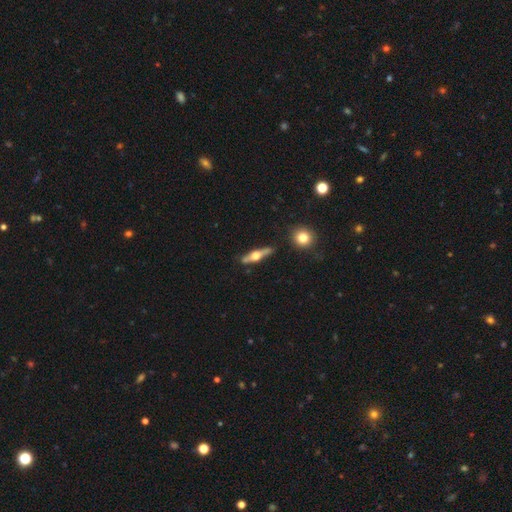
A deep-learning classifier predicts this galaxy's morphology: Smooth or featured? featured or disk (63%)
Edge-on disk? yes (95%)
Edge-on bulge? rounded (93%)
Merging? none (82%)